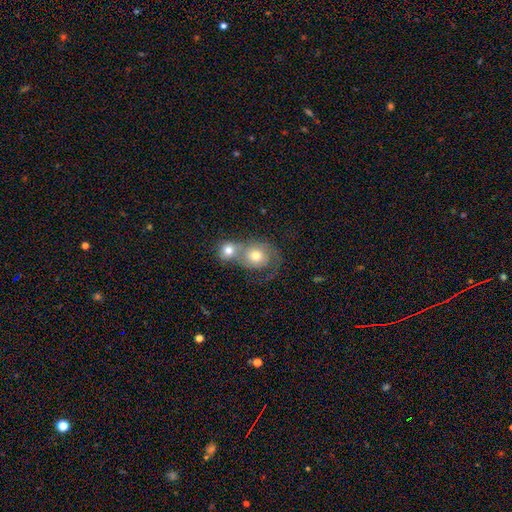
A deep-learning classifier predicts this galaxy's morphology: The model was most divided on "smooth or featured": smooth: 57%, featured or disk: 33%, star or artifact: 10%. More confident: how rounded — round (69%); merging — merger (68%).